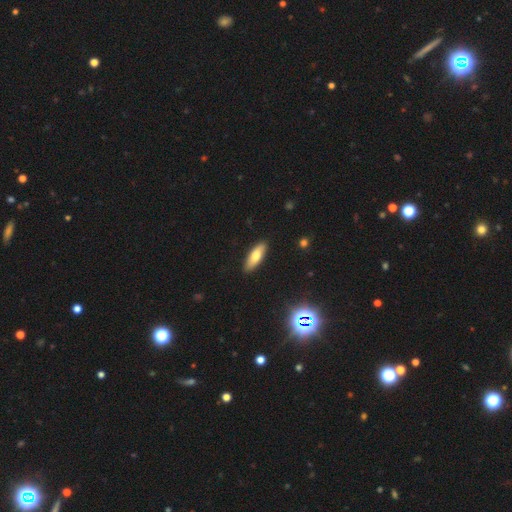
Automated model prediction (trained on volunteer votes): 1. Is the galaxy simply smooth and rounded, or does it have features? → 72% smooth, 20% featured or disk, 7% star or artifact.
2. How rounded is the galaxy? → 57% in between, 41% cigar-shaped, 2% round.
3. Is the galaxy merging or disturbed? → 89% none, 8% minor disturbance, 2% major disturbance, 1% merger.